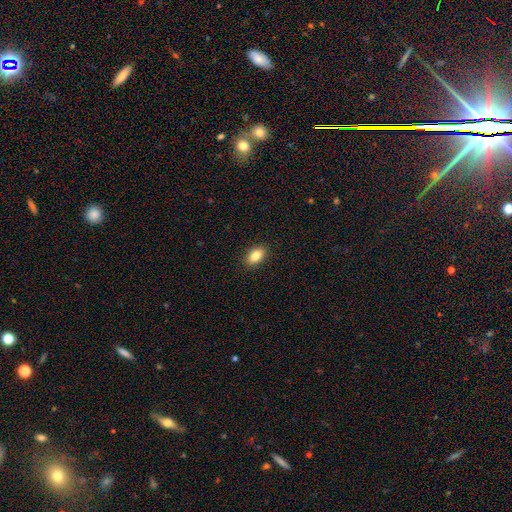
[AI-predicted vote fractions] The model was most divided on "smooth or featured": smooth: 85%, star or artifact: 8%, featured or disk: 7%. More confident: merging — none (90%); how rounded — in between (90%).